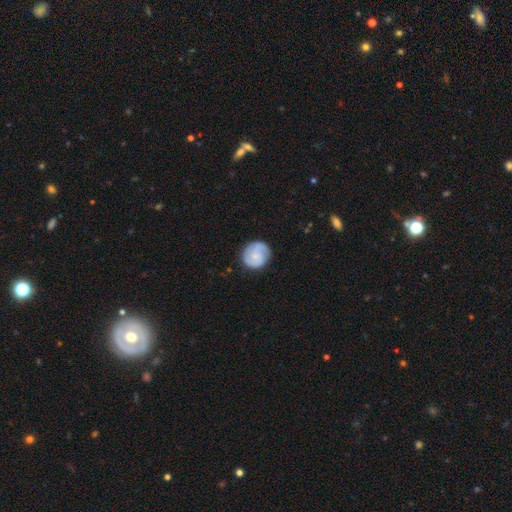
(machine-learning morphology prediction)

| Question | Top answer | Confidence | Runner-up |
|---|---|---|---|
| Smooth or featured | featured or disk | 60% | smooth (34%) |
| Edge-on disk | no | 98% | yes (2%) |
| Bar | no | 68% | weak (28%) |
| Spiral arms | yes | 93% | no (7%) |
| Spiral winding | tight | 51% | medium (37%) |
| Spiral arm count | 2 | 60% | 3 (14%) |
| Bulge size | small | 60% | moderate (19%) |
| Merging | none | 82% | minor disturbance (13%) |